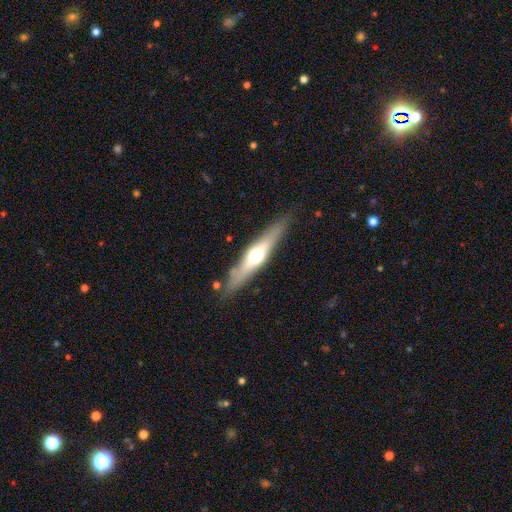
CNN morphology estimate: type=featured or disk (59%); edge-on=yes (92%); edge-on bulge=rounded (89%); merging=none (84%).